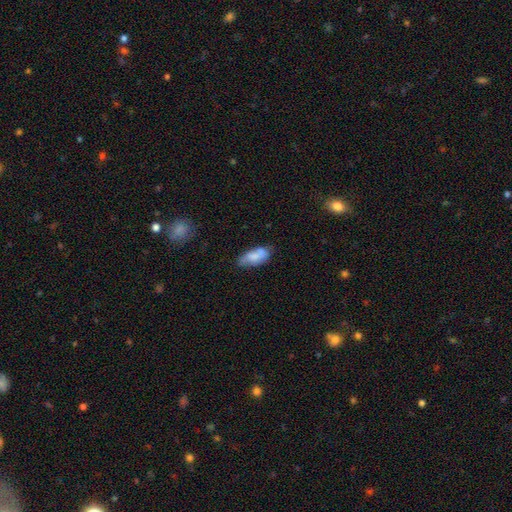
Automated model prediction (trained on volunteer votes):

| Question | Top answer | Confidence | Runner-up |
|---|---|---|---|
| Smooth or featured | smooth | 70% | featured or disk (22%) |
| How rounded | in between | 87% | cigar-shaped (10%) |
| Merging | none | 59% | minor disturbance (28%) |